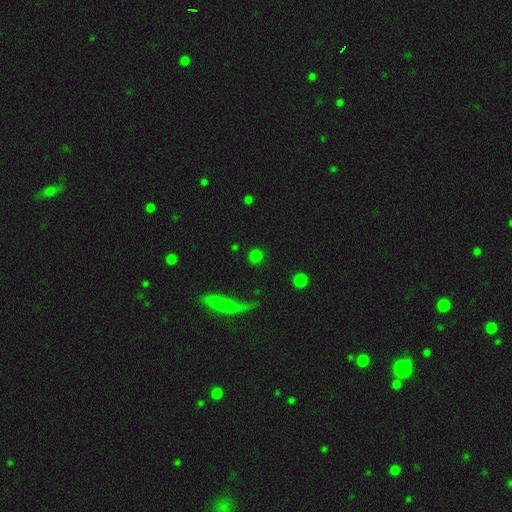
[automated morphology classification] The model was most divided on "smooth or featured": smooth: 74%, star or artifact: 19%, featured or disk: 7%. More confident: how rounded — round (87%); merging — none (85%).